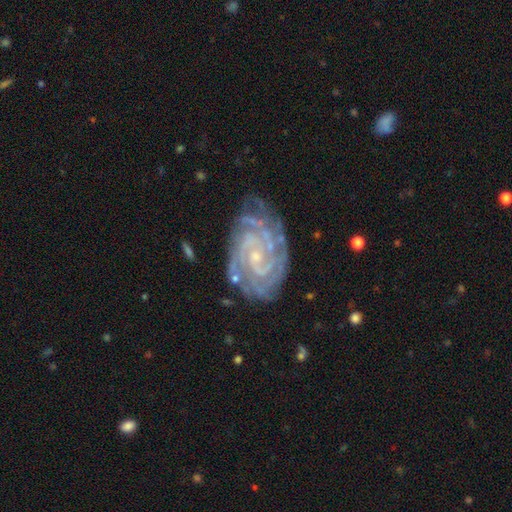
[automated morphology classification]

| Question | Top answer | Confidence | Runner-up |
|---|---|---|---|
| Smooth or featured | featured or disk | 90% | star or artifact (6%) |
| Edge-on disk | no | 97% | yes (3%) |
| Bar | no | 61% | weak (30%) |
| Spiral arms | yes | 98% | no (2%) |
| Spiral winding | tight | 79% | medium (19%) |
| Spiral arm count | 4 | 22% | 3 (21%) |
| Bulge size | small | 78% | moderate (16%) |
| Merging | none | 72% | minor disturbance (19%) |